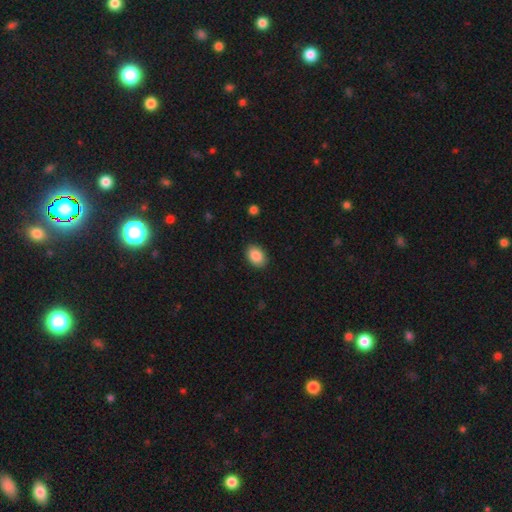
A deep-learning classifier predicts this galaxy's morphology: Smooth or featured?
  - smooth: 89% *
  - star or artifact: 7%
  - featured or disk: 4%
How rounded?
  - in between: 81% *
  - round: 18%
  - cigar-shaped: 1%
Merging?
  - none: 88% *
  - minor disturbance: 9%
  - major disturbance: 2%
  - merger: 1%